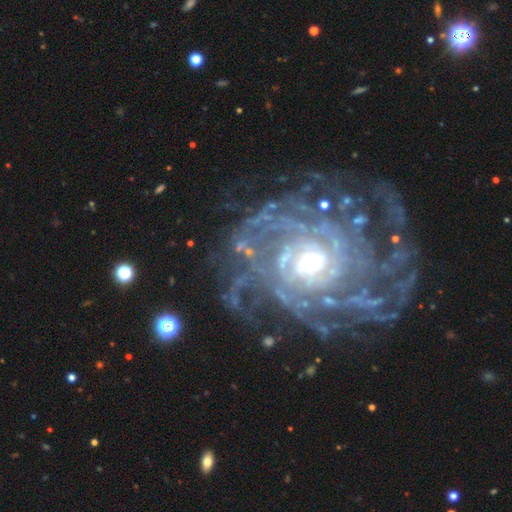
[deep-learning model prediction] smooth-or-featured: featured or disk: 91% | star or artifact: 6% | smooth: 4%
  disk-edge-on: no: 97% | yes: 3%
    bar: no: 64% | weak: 25% | strong: 10%
    has-spiral-arms: yes: 97% | no: 3%
      spiral-winding: tight: 75% | medium: 20% | loose: 5%
      spiral-arm-count: more than 4: 29% | can't tell: 26% | 4: 15% | 3: 11% | 2: 10% | 1: 8%
    bulge-size: small: 48% | moderate: 45% | large: 5% | none: 1% | dominant: 1%
  merging: none: 69% | minor disturbance: 16% | major disturbance: 13% | merger: 2%